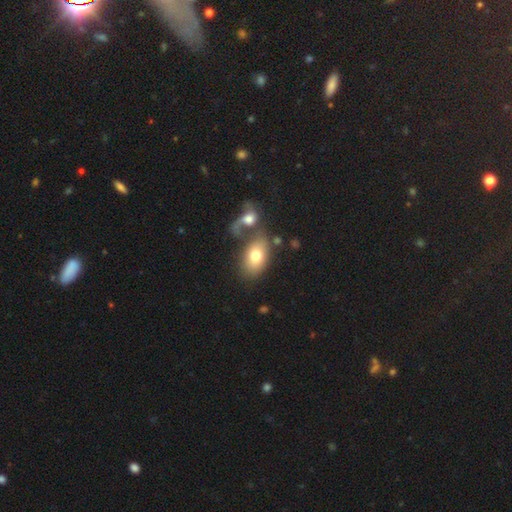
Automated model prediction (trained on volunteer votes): Q: Smooth or featured?
A: smooth (71%); runner-up: featured or disk (22%)
Q: How rounded?
A: in between (88%); runner-up: round (10%)
Q: Merging?
A: merger (42%); runner-up: none (36%)